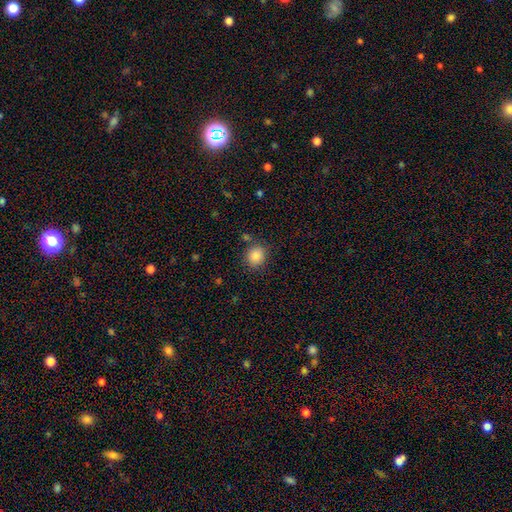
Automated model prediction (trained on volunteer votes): smooth_or_featured: smooth (p=0.85) [alt: star or artifact p=0.10]
how_rounded: round (p=0.81) [alt: in between p=0.18]
merging: none (p=0.83) [alt: minor disturbance p=0.10]